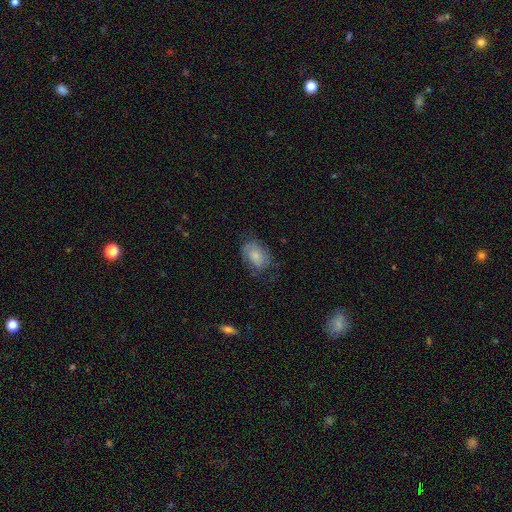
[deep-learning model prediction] smooth 71%, featured or disk 21%, star or artifact 8%. Down the decision tree: how rounded — in between (83%); merging — none (59%).